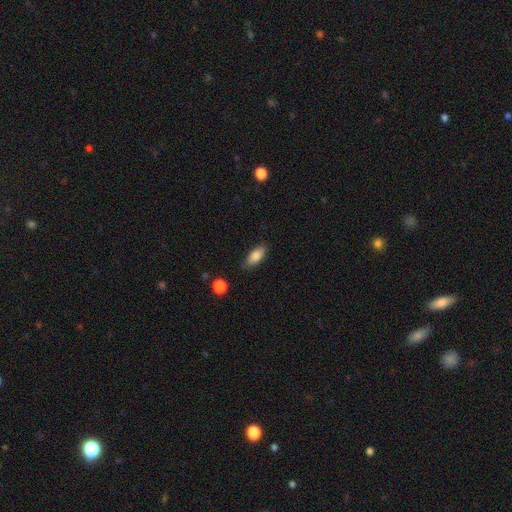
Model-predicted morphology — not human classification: Smooth or featured: smooth — 82% (featured or disk — 11%)
How rounded: in between — 83% (cigar-shaped — 14%)
Merging: none — 81% (minor disturbance — 14%)